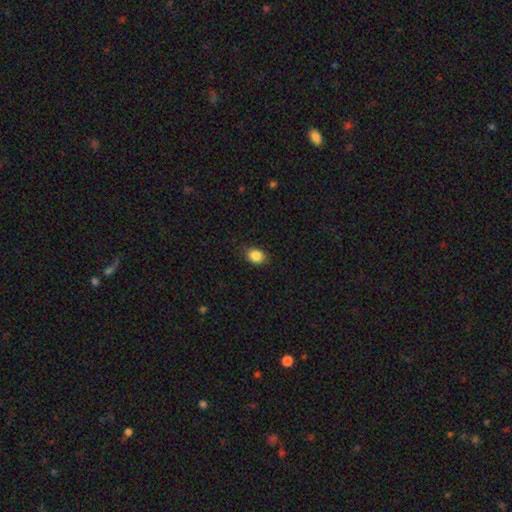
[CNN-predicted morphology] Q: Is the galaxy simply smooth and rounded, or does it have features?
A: smooth — 86%.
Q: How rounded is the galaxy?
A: in between — 57%.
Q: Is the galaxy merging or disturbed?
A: none — 86%.